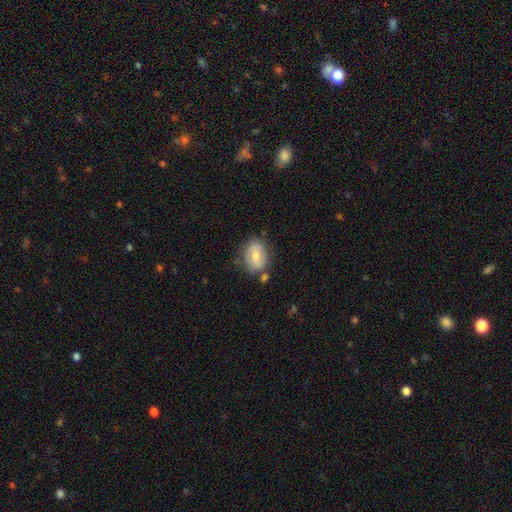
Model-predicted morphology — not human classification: smooth-or-featured: smooth: 57% | featured or disk: 37% | star or artifact: 7%
  how-rounded: in between: 68% | round: 31% | cigar-shaped: 1%
  merging: none: 64% | minor disturbance: 21% | merger: 9% | major disturbance: 7%